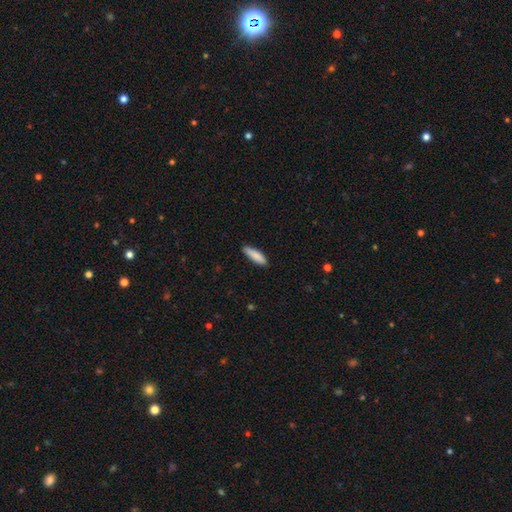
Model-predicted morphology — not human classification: This appears to be a smooth galaxy with no disk features (87%) that is cigar-shaped (63%). Merging: none (86%).